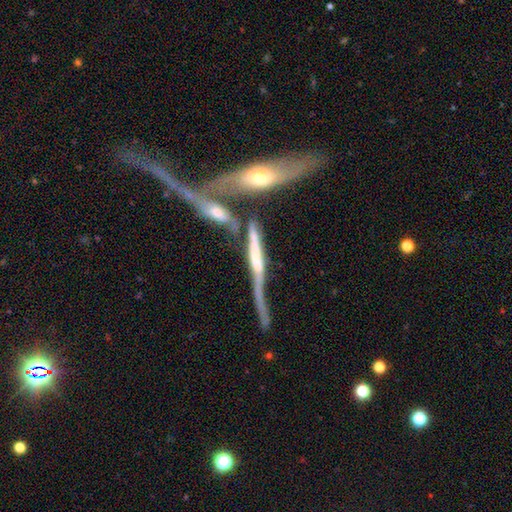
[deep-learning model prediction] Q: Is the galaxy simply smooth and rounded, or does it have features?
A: featured or disk — 69%.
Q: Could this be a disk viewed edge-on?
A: yes — 78%.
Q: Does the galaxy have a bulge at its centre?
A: rounded — 46%.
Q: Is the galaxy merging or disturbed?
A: merger — 40%.